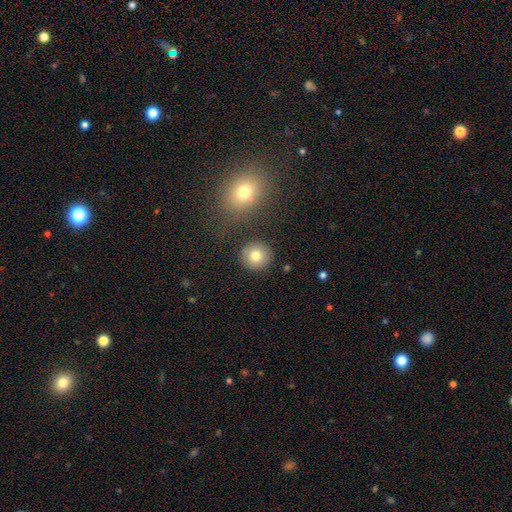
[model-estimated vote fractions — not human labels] Smooth or featured?
  - smooth: 79% *
  - featured or disk: 11%
  - star or artifact: 10%
How rounded?
  - round: 93% *
  - in between: 6%
  - cigar-shaped: 1%
Merging?
  - none: 87% *
  - minor disturbance: 7%
  - merger: 3%
  - major disturbance: 3%